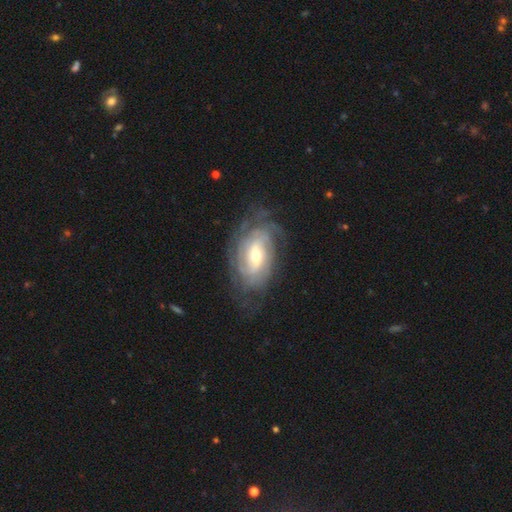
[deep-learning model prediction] A featured or disk galaxy (84%) with a weak bar (48%), tight (69%) spiral arms (94%) and a moderate central bulge (56%).

Vote fractions:
- Smooth or featured? featured or disk: 84% / smooth: 10% / star or artifact: 6%
- Edge-on disk? no: 95% / yes: 5%
- Bar? weak: 48% / no: 30% / strong: 22%
- Spiral arms? yes: 94% / no: 6%
- Spiral winding? tight: 69% / medium: 24% / loose: 7%
- Spiral arm count? can't tell: 43% / 2: 17% / 3: 15% / 4: 14% / more than 4: 7% / 1: 5%
- Bulge size? moderate: 56% / small: 37% / large: 5% / none: 1% / dominant: 1%
- Merging? none: 72% / minor disturbance: 18% / major disturbance: 8% / merger: 1%